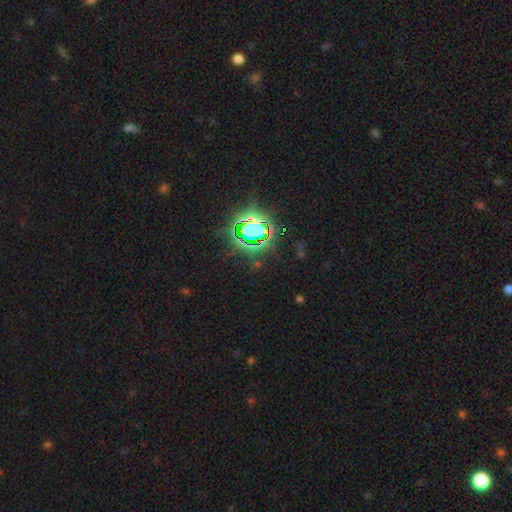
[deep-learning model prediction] The model was most divided on "smooth or featured": star or artifact: 83%, smooth: 11%, featured or disk: 6%.